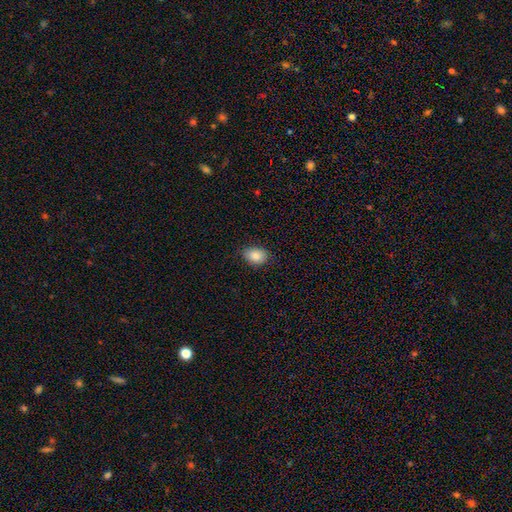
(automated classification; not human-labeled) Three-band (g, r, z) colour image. It shows a smooth galaxy with no disk features (87%) that is in between round and cigar-shaped (73%). Merging: none (83%).